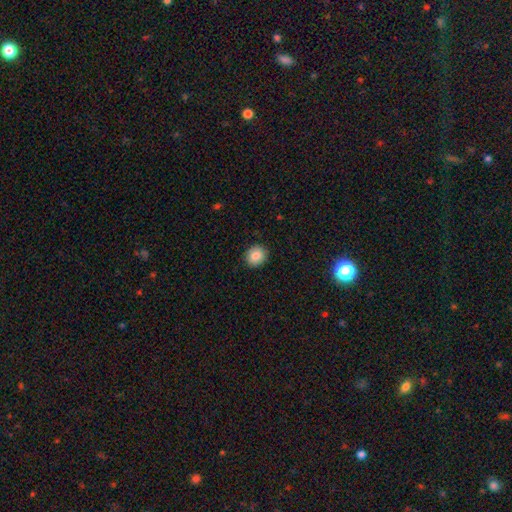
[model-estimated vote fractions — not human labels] Smooth or featured: smooth — 85% (star or artifact — 9%)
How rounded: round — 79% (in between — 20%)
Merging: none — 90% (minor disturbance — 7%)